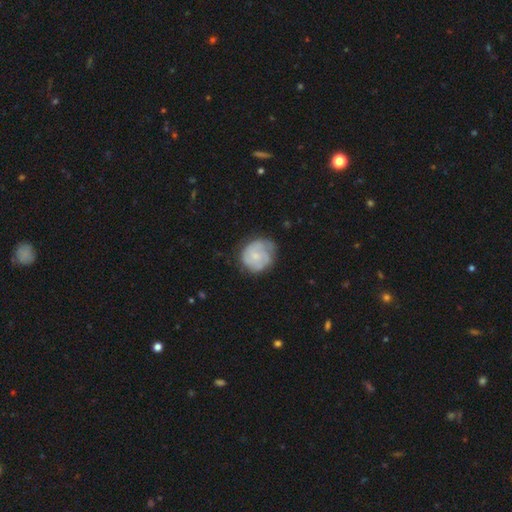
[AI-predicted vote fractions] This appears to be a featured or disk galaxy (56%) with no bar (75%), spiral arms (83%) and a small central bulge (61%). Merging: none (60%).